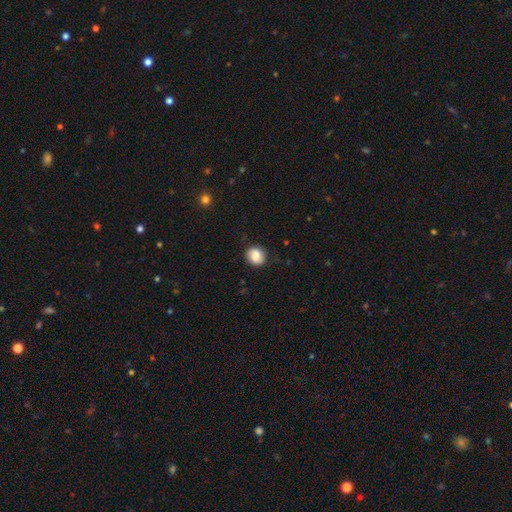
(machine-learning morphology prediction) Smooth or featured: smooth — 78% (featured or disk — 14%)
How rounded: round — 77% (in between — 22%)
Merging: none — 80% (minor disturbance — 14%)